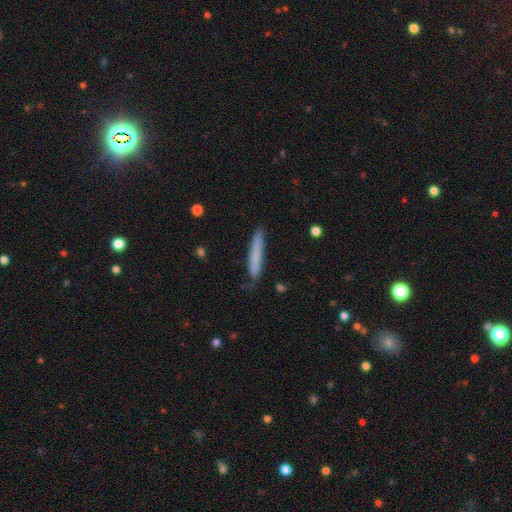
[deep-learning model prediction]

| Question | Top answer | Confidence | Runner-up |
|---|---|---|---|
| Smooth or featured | smooth | 74% | featured or disk (20%) |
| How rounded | cigar-shaped | 94% | in between (4%) |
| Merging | none | 79% | minor disturbance (17%) |